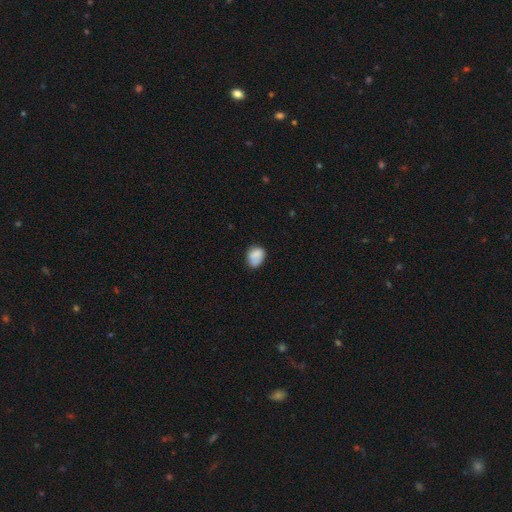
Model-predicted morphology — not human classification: smooth-or-featured: smooth: 78% | featured or disk: 14% | star or artifact: 8%
  how-rounded: in between: 57% | round: 42% | cigar-shaped: 1%
  merging: none: 59% | minor disturbance: 27% | major disturbance: 8% | merger: 6%